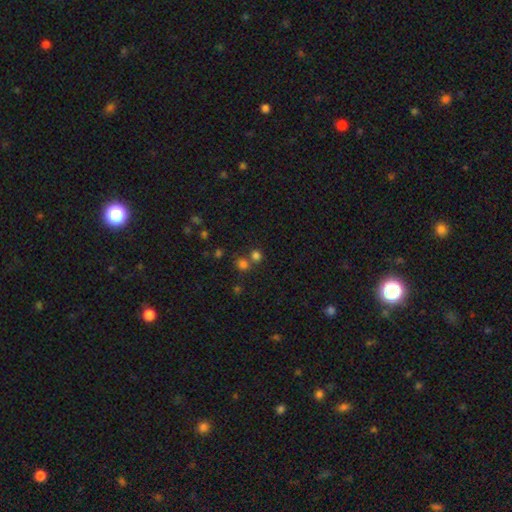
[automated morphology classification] smooth-or-featured: smooth: 72% | star or artifact: 22% | featured or disk: 7%
  how-rounded: round: 86% | in between: 13% | cigar-shaped: 1%
  merging: none: 59% | merger: 32% | minor disturbance: 6% | major disturbance: 3%